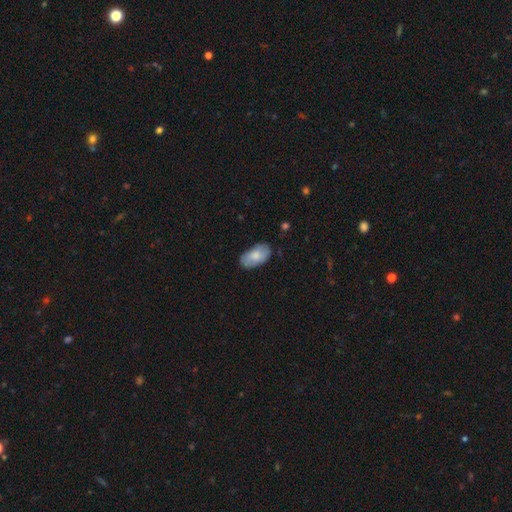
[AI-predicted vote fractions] A smooth galaxy with no disk features (78%) that is in between round and cigar-shaped (95%).

Vote fractions:
- Smooth or featured? smooth: 78% / featured or disk: 17% / star or artifact: 6%
- How rounded? in between: 95% / round: 3% / cigar-shaped: 2%
- Merging? none: 78% / minor disturbance: 18% / major disturbance: 3% / merger: 1%